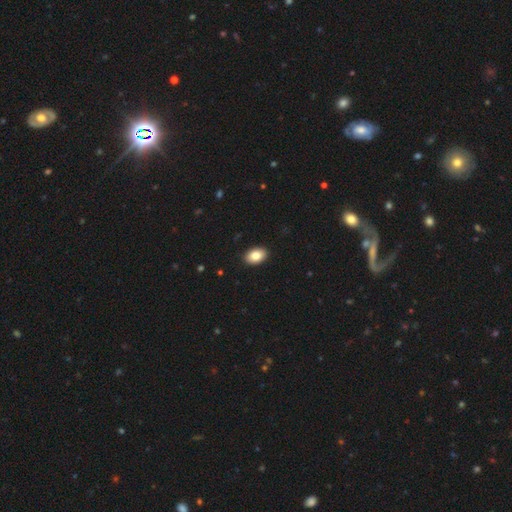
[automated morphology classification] smooth-or-featured: smooth: 84% | featured or disk: 9% | star or artifact: 7%
  how-rounded: in between: 89% | round: 10% | cigar-shaped: 1%
  merging: none: 91% | minor disturbance: 6% | major disturbance: 1% | merger: 1%